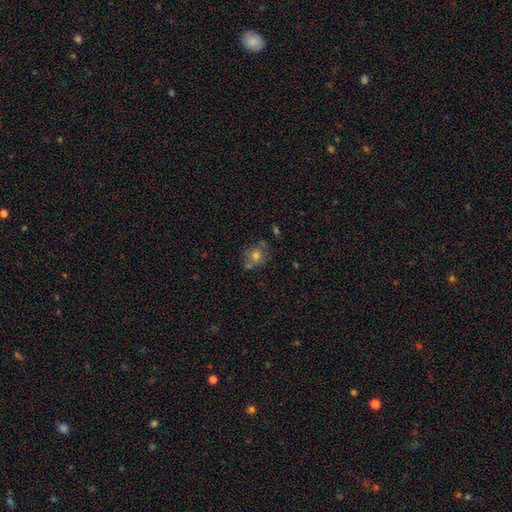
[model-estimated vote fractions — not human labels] smooth-or-featured: smooth: 58% | star or artifact: 22% | featured or disk: 20%
  how-rounded: round: 78% | in between: 21% | cigar-shaped: 1%
  merging: none: 65% | minor disturbance: 15% | merger: 14% | major disturbance: 6%